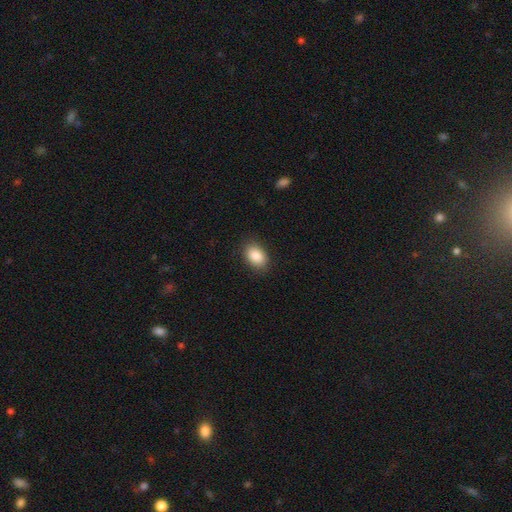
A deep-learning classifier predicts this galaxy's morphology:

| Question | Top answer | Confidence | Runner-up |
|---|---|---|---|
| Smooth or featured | smooth | 87% | star or artifact (8%) |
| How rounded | in between | 83% | round (16%) |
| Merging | none | 86% | minor disturbance (10%) |